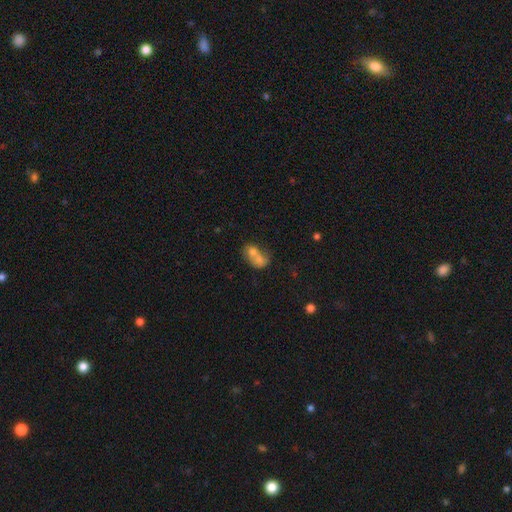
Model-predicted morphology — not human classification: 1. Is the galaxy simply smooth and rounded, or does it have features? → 67% smooth, 23% featured or disk, 10% star or artifact.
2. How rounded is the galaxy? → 63% in between, 35% round, 2% cigar-shaped.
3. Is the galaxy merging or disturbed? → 73% merger, 16% none, 7% minor disturbance, 5% major disturbance.